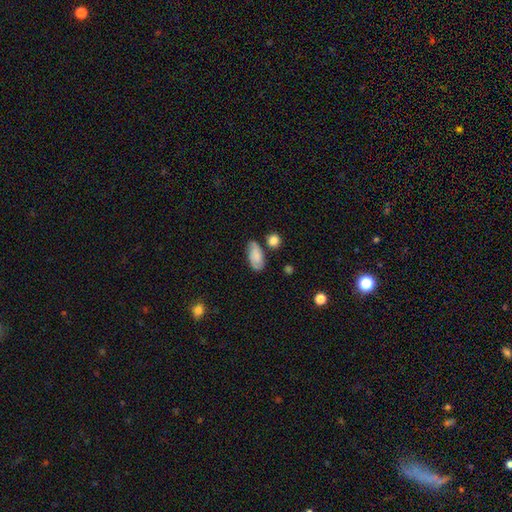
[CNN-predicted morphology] type=smooth (71%); roundness=in between (89%); merging=none (66%).